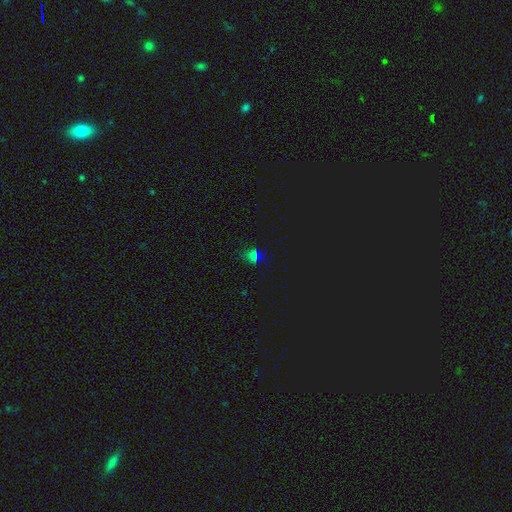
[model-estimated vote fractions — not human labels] smooth_or_featured: star or artifact (p=0.49) [alt: smooth p=0.43]